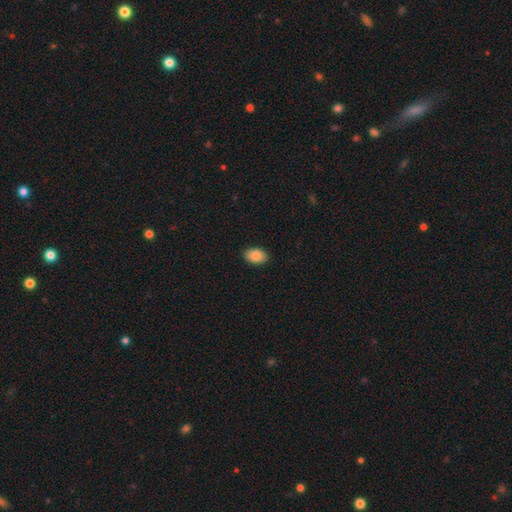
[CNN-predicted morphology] Smooth or featured: smooth — 88% (star or artifact — 7%)
How rounded: in between — 87% (round — 12%)
Merging: none — 90% (minor disturbance — 7%)